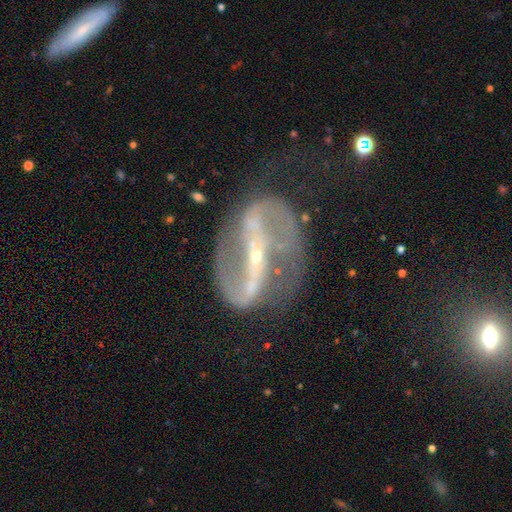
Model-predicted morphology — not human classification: The model was most divided on "spiral winding": medium: 46%, loose: 35%, tight: 19%. More confident: edge-on disk — no (94%); spiral arms — yes (93%); spiral arm count — 2 (91%); smooth or featured — featured or disk (90%); bulge size — small (83%); bar — strong (79%); merging — none (66%).